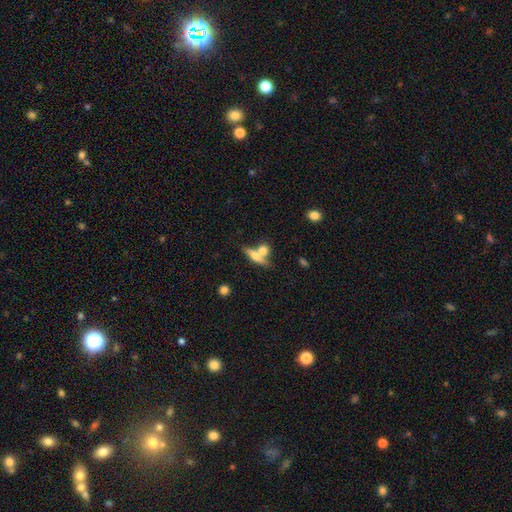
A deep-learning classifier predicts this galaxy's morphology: This appears to be a smooth galaxy with no disk features (55%) that is cigar-shaped (55%). Merging: none (45%).